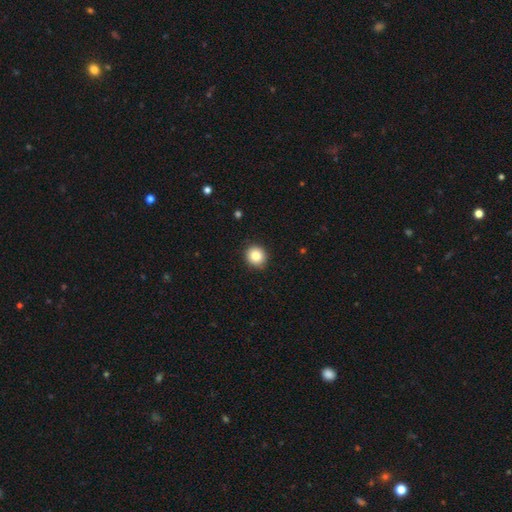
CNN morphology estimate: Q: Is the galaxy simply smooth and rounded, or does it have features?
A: smooth — 85%.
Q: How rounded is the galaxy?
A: round — 87%.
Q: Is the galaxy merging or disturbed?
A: none — 91%.